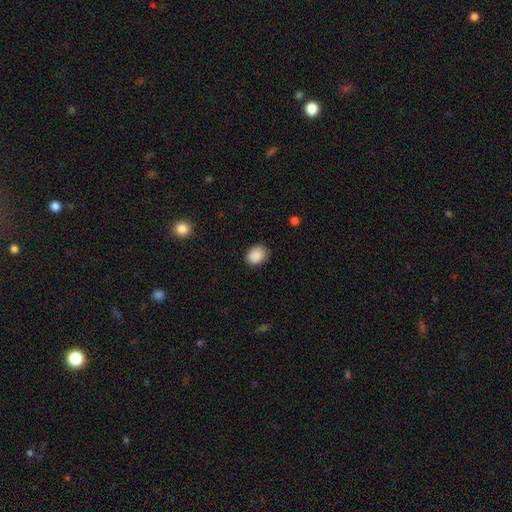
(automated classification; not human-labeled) Smooth or featured?
  - smooth: 89% *
  - star or artifact: 8%
  - featured or disk: 3%
How rounded?
  - round: 57% *
  - in between: 42%
  - cigar-shaped: 1%
Merging?
  - none: 81% *
  - minor disturbance: 15%
  - major disturbance: 3%
  - merger: 1%